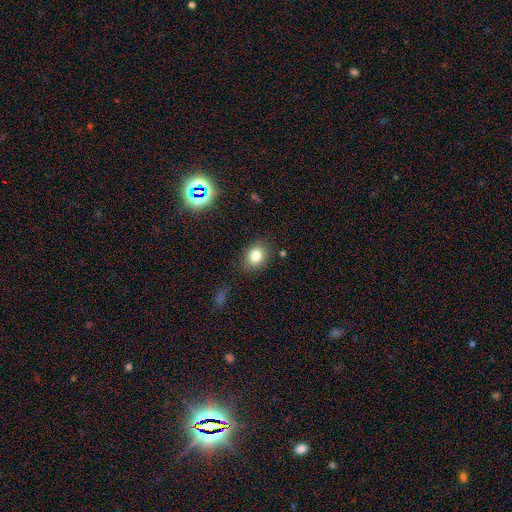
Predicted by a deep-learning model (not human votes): Smooth or featured? Predicted: smooth (p=0.80). How rounded? Predicted: in between (p=0.52). Merging? Predicted: none (p=0.84).